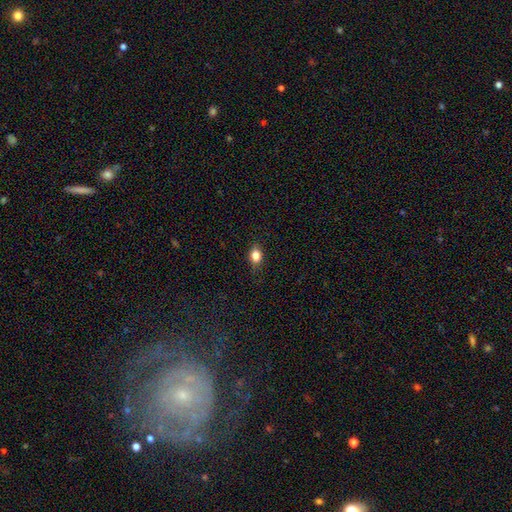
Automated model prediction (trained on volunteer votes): This appears to be a smooth galaxy with no disk features (81%) that is in between round and cigar-shaped (64%). Merging: none (83%).